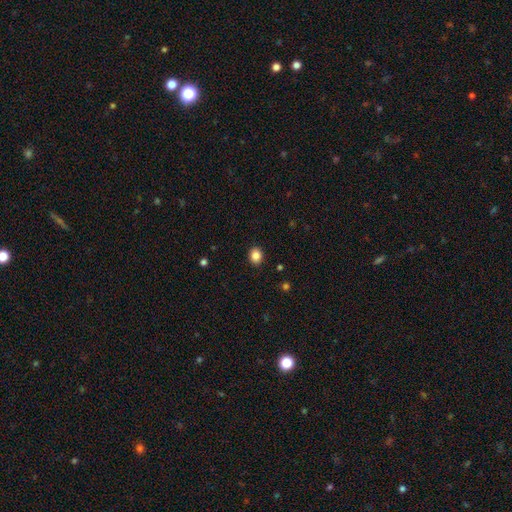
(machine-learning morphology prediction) type=smooth (86%); roundness=round (60%); merging=none (90%).